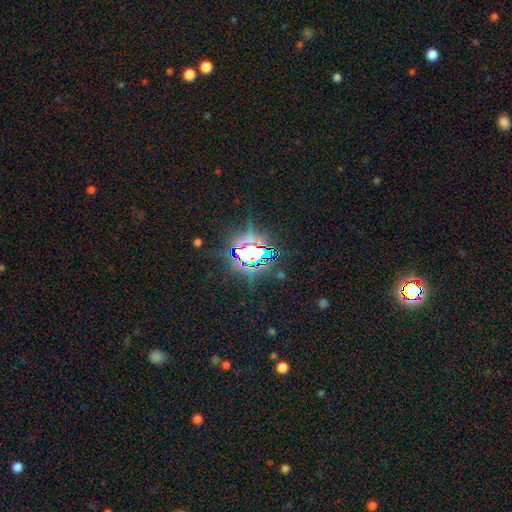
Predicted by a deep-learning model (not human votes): Morphology: type=star or artifact (77%).